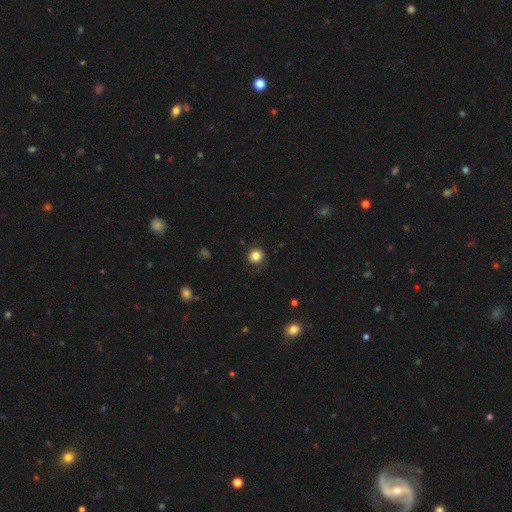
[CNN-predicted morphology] This appears to be a smooth galaxy with no disk features (83%) that is round (94%). Merging: none (89%).